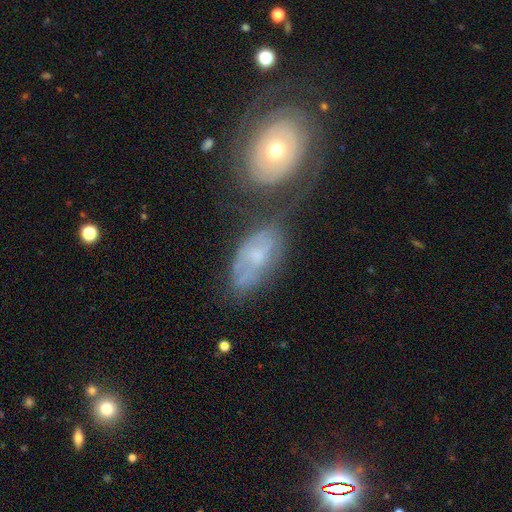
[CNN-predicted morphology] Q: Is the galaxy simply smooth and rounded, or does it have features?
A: featured or disk — 59%.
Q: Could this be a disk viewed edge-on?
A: no — 92%.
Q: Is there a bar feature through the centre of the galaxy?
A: no — 75%.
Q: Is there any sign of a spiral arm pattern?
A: yes — 59%.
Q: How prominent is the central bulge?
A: small — 54%.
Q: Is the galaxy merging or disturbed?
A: none — 39%.